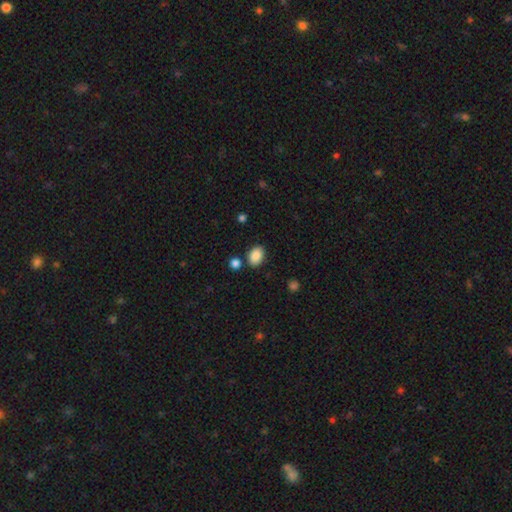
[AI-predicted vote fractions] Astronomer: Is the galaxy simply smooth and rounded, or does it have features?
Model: smooth — 88%.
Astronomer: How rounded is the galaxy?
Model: in between — 77%.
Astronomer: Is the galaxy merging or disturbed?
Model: none — 80%.